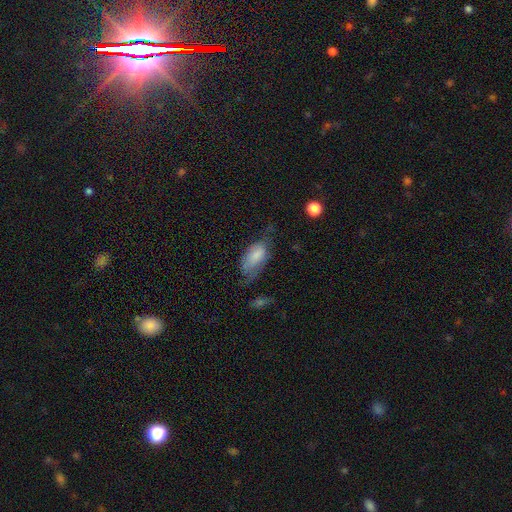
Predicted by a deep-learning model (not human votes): This appears to be a smooth galaxy with no disk features (73%) that is in between round and cigar-shaped (91%). Merging: minor disturbance (33%, tied with none).